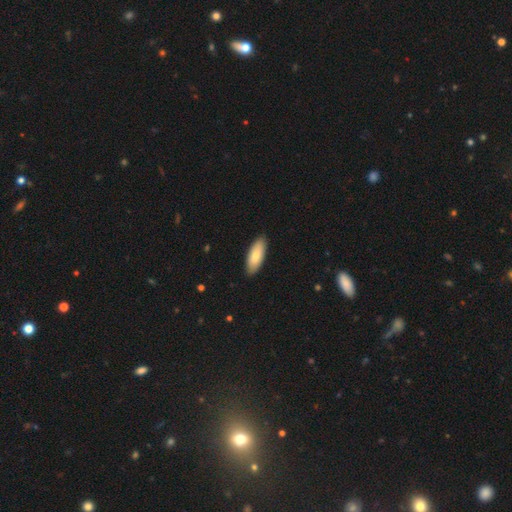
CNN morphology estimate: Smooth or featured?
  - smooth: 80% *
  - featured or disk: 15%
  - star or artifact: 5%
How rounded?
  - in between: 76% *
  - cigar-shaped: 22%
  - round: 2%
Merging?
  - none: 89% *
  - minor disturbance: 9%
  - major disturbance: 2%
  - merger: 1%